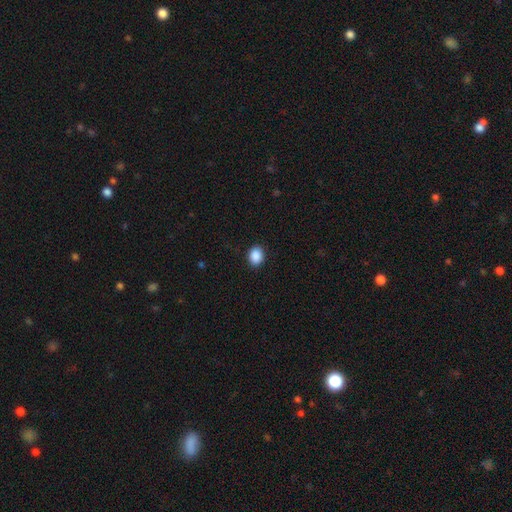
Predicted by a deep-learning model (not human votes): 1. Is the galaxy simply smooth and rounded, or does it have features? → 90% smooth, 8% star or artifact, 3% featured or disk.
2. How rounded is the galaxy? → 57% in between, 43% round, 1% cigar-shaped.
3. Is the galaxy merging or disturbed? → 90% none, 7% minor disturbance, 2% major disturbance, 1% merger.